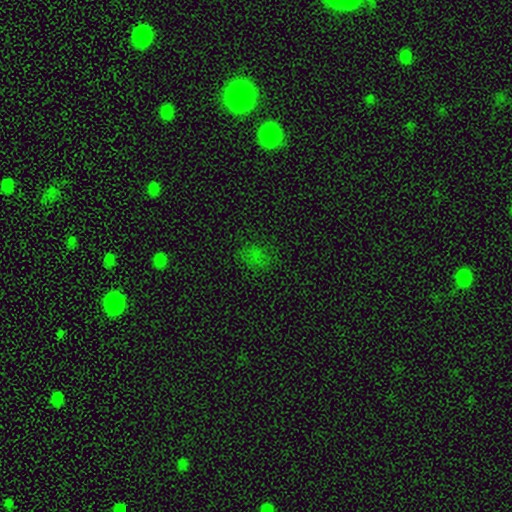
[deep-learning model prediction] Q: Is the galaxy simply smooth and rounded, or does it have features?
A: smooth — 56%.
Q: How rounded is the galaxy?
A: in between — 50%.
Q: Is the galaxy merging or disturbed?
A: none — 70%.